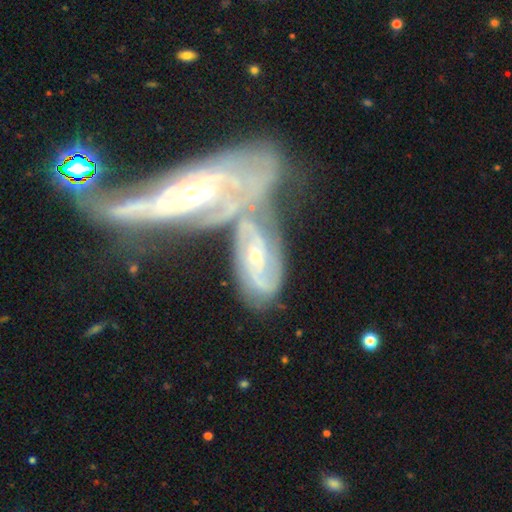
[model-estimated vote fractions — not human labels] The model was most divided on "spiral winding": tight: 49%, medium: 37%, loose: 14%. Remaining: spiral arms — yes (93%); edge-on disk — no (91%); smooth or featured — featured or disk (84%); merging — merger (66%); bulge size — small (62%); bar — no (48%); spiral arm count — 2 (48%).